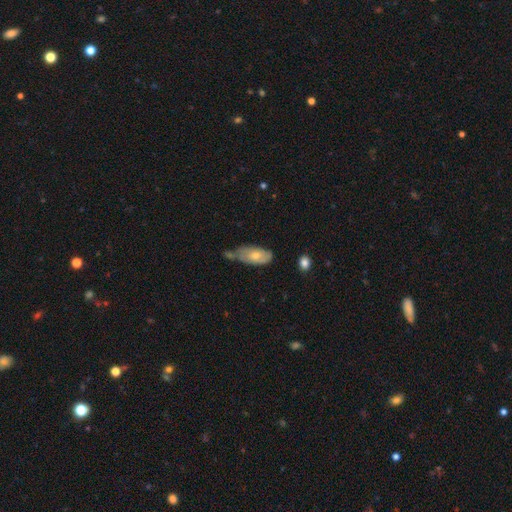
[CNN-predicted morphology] Smooth or featured? smooth (58%)
How rounded? in between (87%)
Merging? minor disturbance (35%)